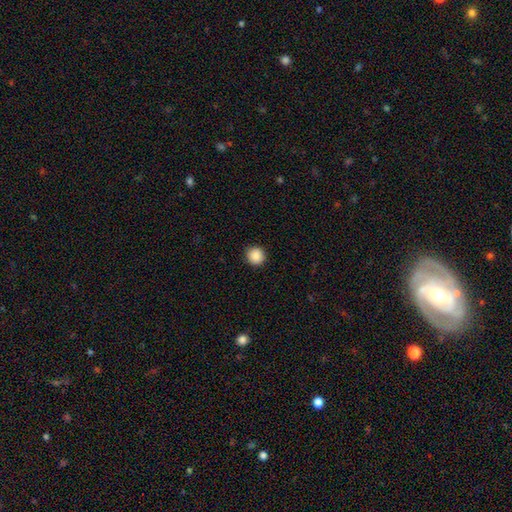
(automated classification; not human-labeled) smooth_or_featured: smooth (p=0.89) [alt: star or artifact p=0.09]
how_rounded: round (p=0.94) [alt: in between p=0.05]
merging: none (p=0.92) [alt: minor disturbance p=0.05]